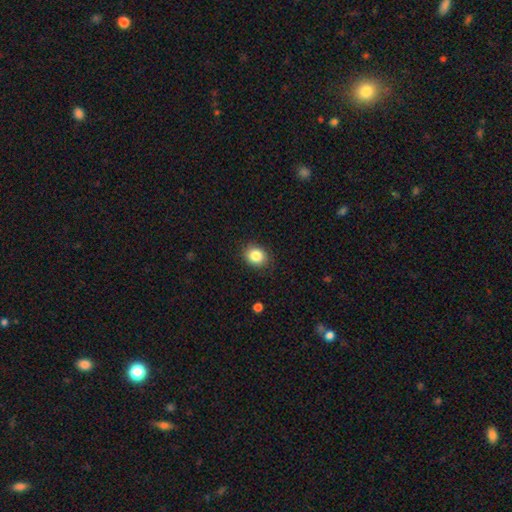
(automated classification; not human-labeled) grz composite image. It shows a smooth galaxy with no disk features (85%) that is round (63%). Merging: none (87%).